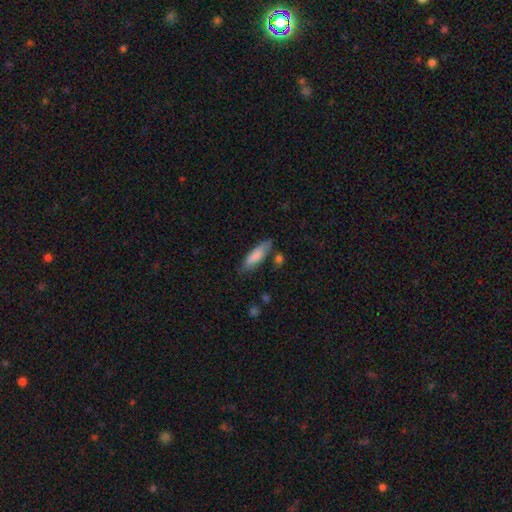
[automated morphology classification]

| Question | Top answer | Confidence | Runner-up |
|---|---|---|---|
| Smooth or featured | smooth | 82% | featured or disk (12%) |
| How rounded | cigar-shaped | 51% | in between (48%) |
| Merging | none | 71% | minor disturbance (19%) |